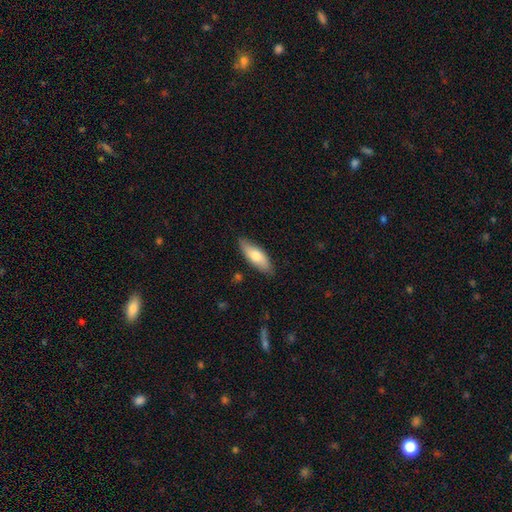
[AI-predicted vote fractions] This is likely a smooth galaxy (71%). How rounded: likely in between (66%). Merging: clearly none (84%).